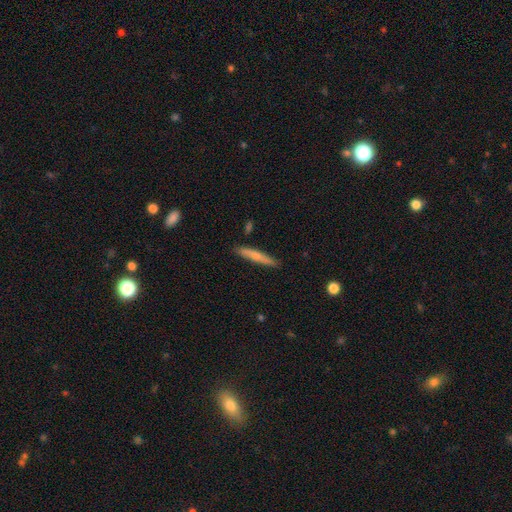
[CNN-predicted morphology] This appears to be a smooth galaxy with no disk features (65%) that is cigar-shaped (93%). Merging: none (87%).